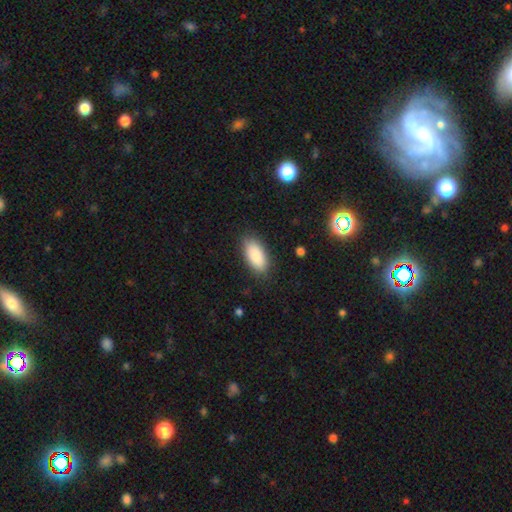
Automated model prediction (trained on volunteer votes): Smooth or featured?
  - smooth: 86% *
  - featured or disk: 7%
  - star or artifact: 6%
How rounded?
  - in between: 91% *
  - cigar-shaped: 7%
  - round: 2%
Merging?
  - none: 84% *
  - minor disturbance: 12%
  - major disturbance: 3%
  - merger: 1%